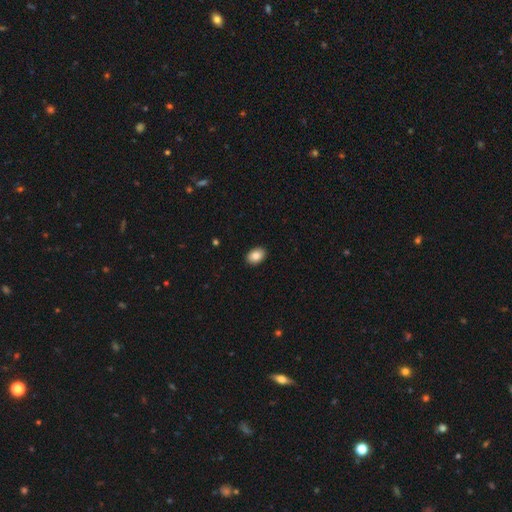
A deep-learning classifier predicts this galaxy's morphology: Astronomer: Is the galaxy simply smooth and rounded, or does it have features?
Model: smooth — 86%.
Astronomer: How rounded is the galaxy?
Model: in between — 81%.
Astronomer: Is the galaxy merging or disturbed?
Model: none — 91%.